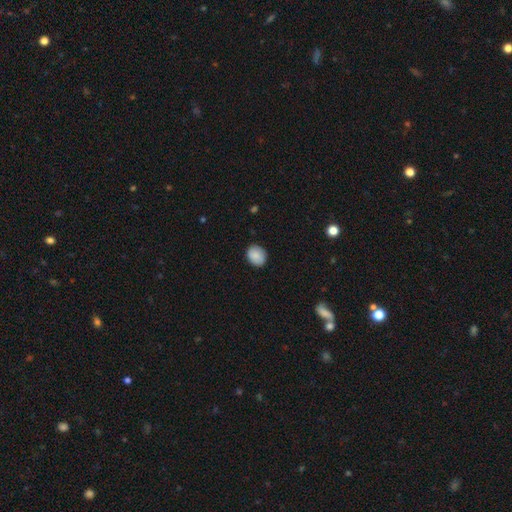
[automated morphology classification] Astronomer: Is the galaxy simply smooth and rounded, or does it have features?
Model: smooth — 87%.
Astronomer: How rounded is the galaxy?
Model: round — 54% (runner-up: in between, 45%).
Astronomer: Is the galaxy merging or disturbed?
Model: none — 86%.